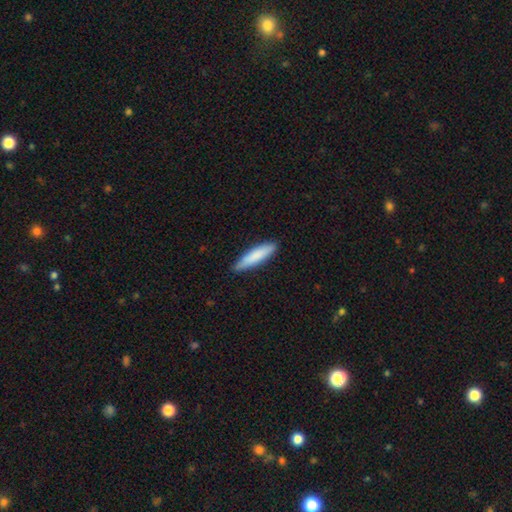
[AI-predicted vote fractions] Smooth or featured: smooth — 82% (featured or disk — 13%)
How rounded: cigar-shaped — 79% (in between — 20%)
Merging: none — 85% (minor disturbance — 13%)